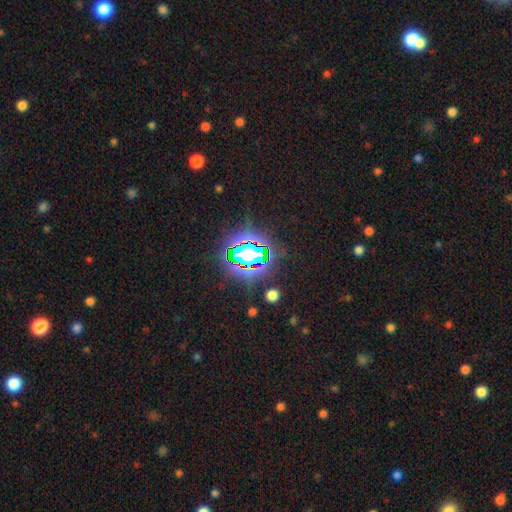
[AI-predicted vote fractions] A star or artifact, not a galaxy (79%).